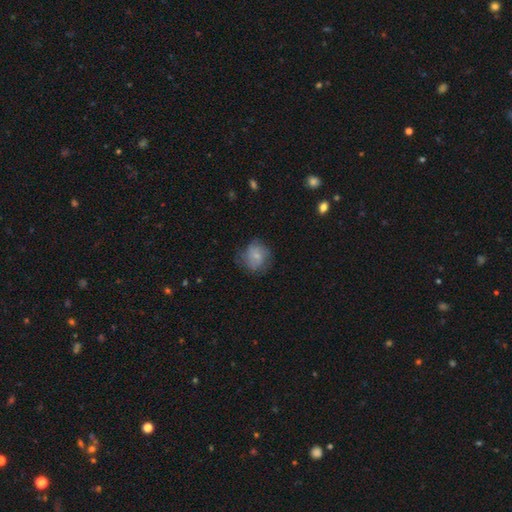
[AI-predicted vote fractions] Smooth or featured: smooth — 65% (featured or disk — 26%)
How rounded: round — 76% (in between — 23%)
Merging: none — 60% (minor disturbance — 26%)